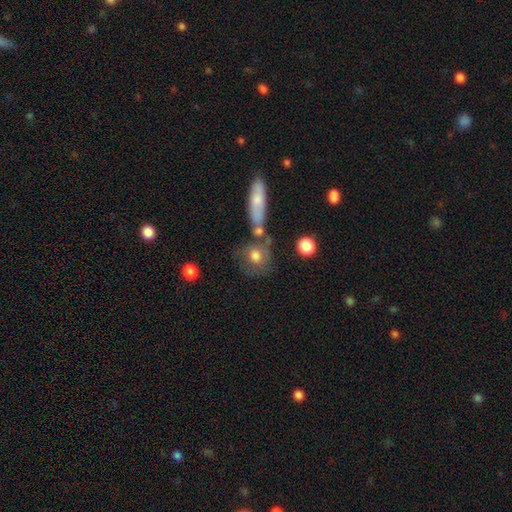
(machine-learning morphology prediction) This appears to be a smooth galaxy with no disk features (69%) that is round (72%). Merging: none (48%).